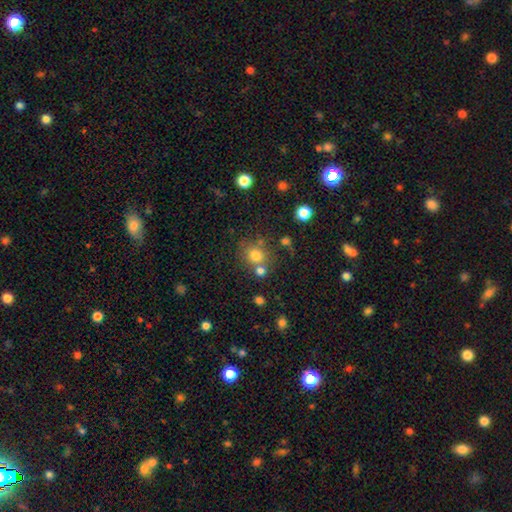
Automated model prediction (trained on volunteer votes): Q: Smooth or featured?
A: smooth (76%); runner-up: star or artifact (15%)
Q: How rounded?
A: round (80%); runner-up: in between (19%)
Q: Merging?
A: none (62%); runner-up: merger (22%)